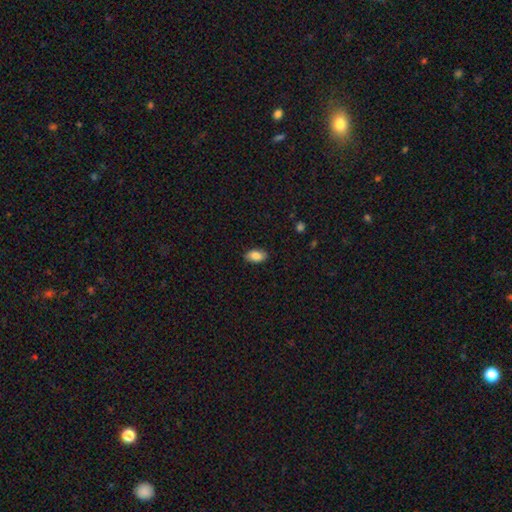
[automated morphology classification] smooth-or-featured: smooth: 85% | featured or disk: 8% | star or artifact: 7%
  how-rounded: in between: 93% | round: 5% | cigar-shaped: 2%
  merging: none: 87% | minor disturbance: 10% | major disturbance: 2% | merger: 1%